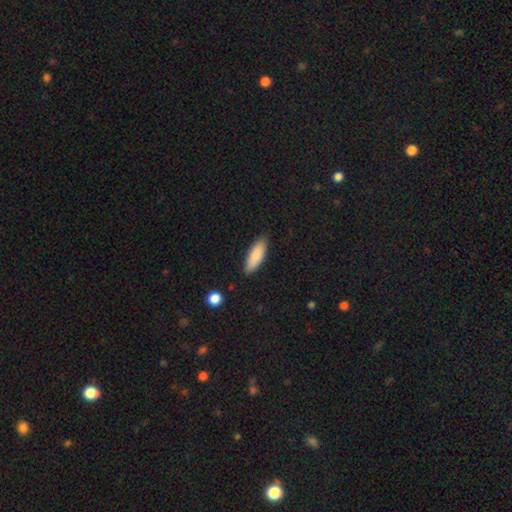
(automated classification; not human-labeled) The model was most divided on "how rounded": in between: 62%, cigar-shaped: 36%, round: 2%. More confident: smooth or featured — smooth (87%); merging — none (83%).